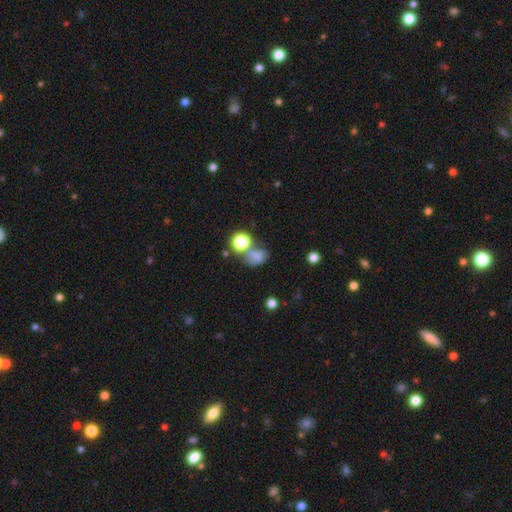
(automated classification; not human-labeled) Overall: smooth (62%). How rounded: in between (53%; round 46%). Merging: none (34%; merger 29%).